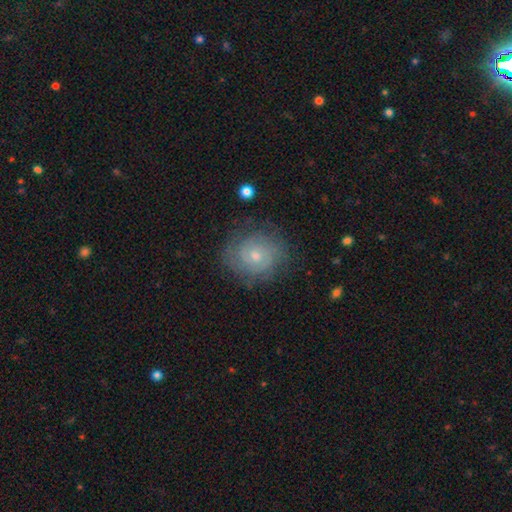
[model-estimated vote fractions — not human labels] Smooth or featured? Predicted: featured or disk (p=0.64). Edge-on disk? Predicted: no (p=0.97). Bar? Predicted: no (p=0.77). Spiral arms? Predicted: yes (p=0.85). Spiral winding? Predicted: tight (p=0.69). Spiral arm count? Predicted: can't tell (p=0.45). Bulge size? Predicted: small (p=0.60). Merging? Predicted: none (p=0.77).